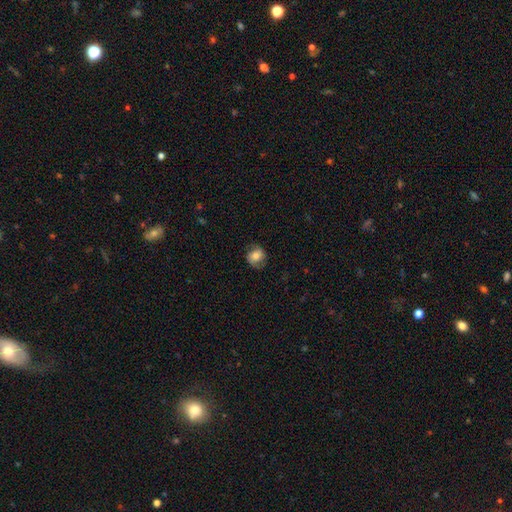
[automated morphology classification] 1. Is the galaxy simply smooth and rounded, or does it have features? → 55% smooth, 36% featured or disk, 9% star or artifact.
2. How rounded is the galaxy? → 68% round, 31% in between, 1% cigar-shaped.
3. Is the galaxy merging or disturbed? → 74% none, 18% minor disturbance, 7% major disturbance, 1% merger.